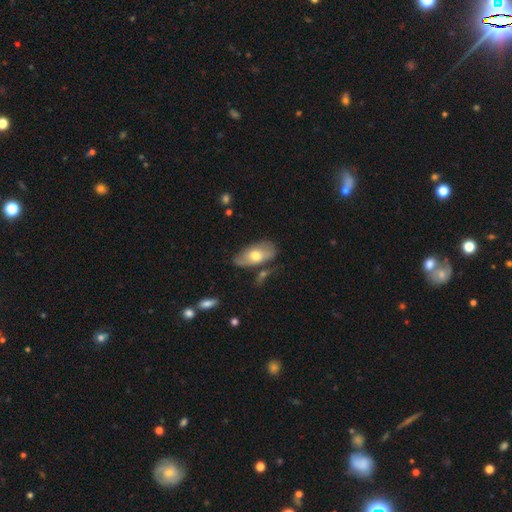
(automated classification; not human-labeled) Q: Smooth or featured?
A: smooth (59%); runner-up: featured or disk (35%)
Q: How rounded?
A: in between (91%); runner-up: cigar-shaped (5%)
Q: Merging?
A: none (60%); runner-up: minor disturbance (23%)